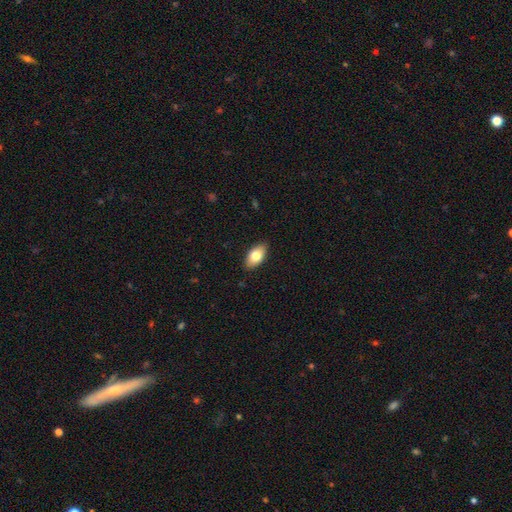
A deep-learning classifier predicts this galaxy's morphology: This is likely a smooth galaxy (79%). How rounded: clearly in between (93%). Merging: clearly none (87%).